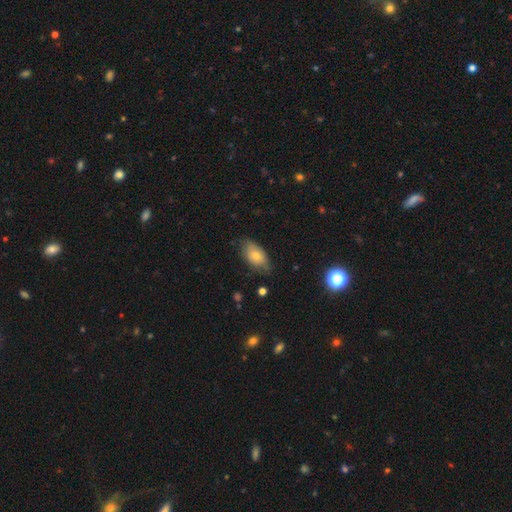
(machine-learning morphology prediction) A smooth galaxy with no disk features (72%) that is in between round and cigar-shaped (91%).

Vote fractions:
- Smooth or featured? smooth: 72% / featured or disk: 20% / star or artifact: 8%
- How rounded? in between: 91% / round: 6% / cigar-shaped: 3%
- Merging? none: 65% / minor disturbance: 28% / major disturbance: 6% / merger: 1%